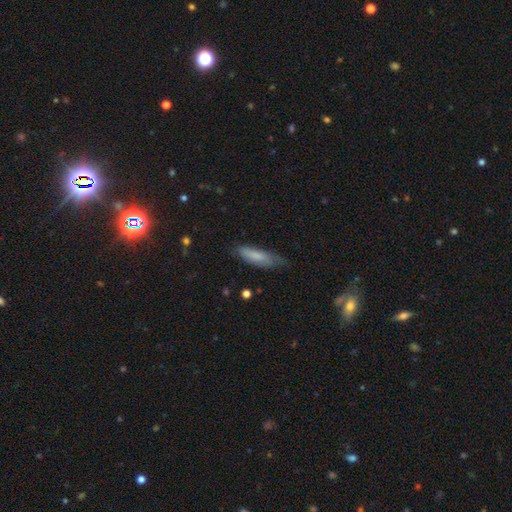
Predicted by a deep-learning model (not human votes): Q: Smooth or featured?
A: smooth (77%); runner-up: featured or disk (17%)
Q: How rounded?
A: cigar-shaped (59%); runner-up: in between (39%)
Q: Merging?
A: none (62%); runner-up: minor disturbance (29%)